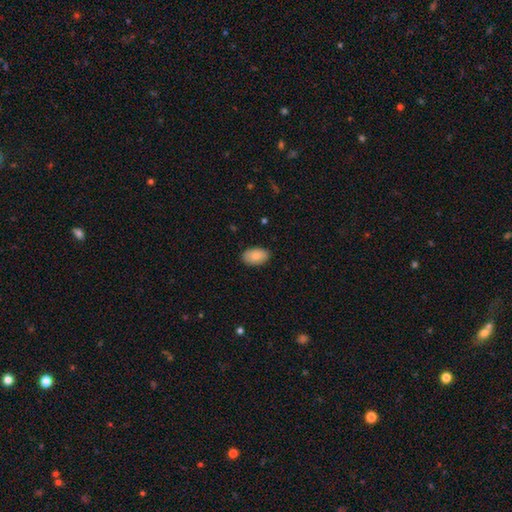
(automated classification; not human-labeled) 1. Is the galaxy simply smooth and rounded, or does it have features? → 86% smooth, 8% featured or disk, 6% star or artifact.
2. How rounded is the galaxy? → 93% in between, 6% round, 1% cigar-shaped.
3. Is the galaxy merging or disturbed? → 87% none, 10% minor disturbance, 2% major disturbance, 1% merger.